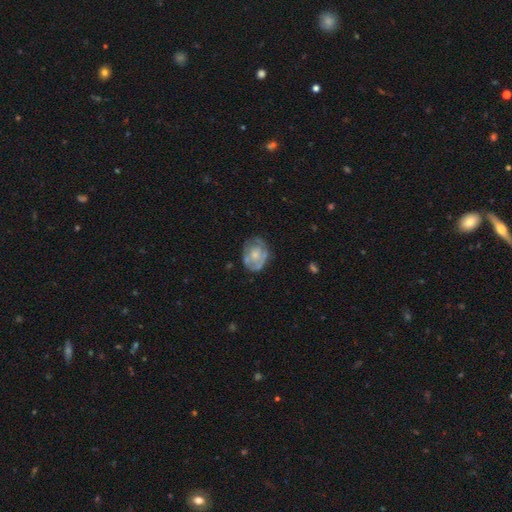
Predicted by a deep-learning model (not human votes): smooth-or-featured: featured or disk: 58% | smooth: 36% | star or artifact: 6%
  disk-edge-on: no: 97% | yes: 3%
    bar: no: 85% | weak: 13% | strong: 2%
    has-spiral-arms: no: 53% | yes: 47%
    bulge-size: small: 42% | moderate: 41% | none: 11% | large: 5% | dominant: 1%
  merging: none: 60% | minor disturbance: 26% | major disturbance: 12% | merger: 3%